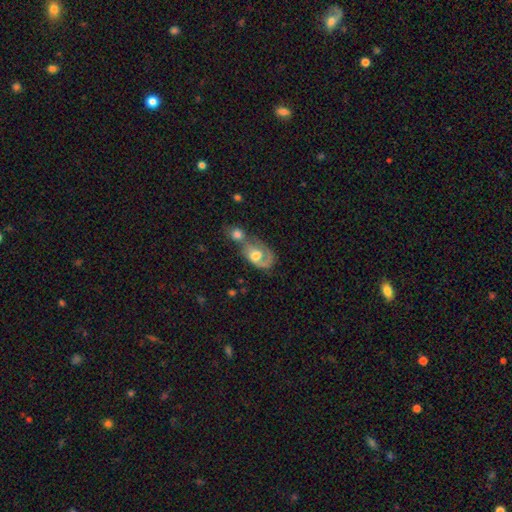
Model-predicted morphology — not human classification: Smooth or featured? featured or disk (58%)
Edge-on disk? no (96%)
Bar? no (71%)
Spiral arms? yes (74%)
Bulge size? moderate (61%)
Merging? merger (61%)